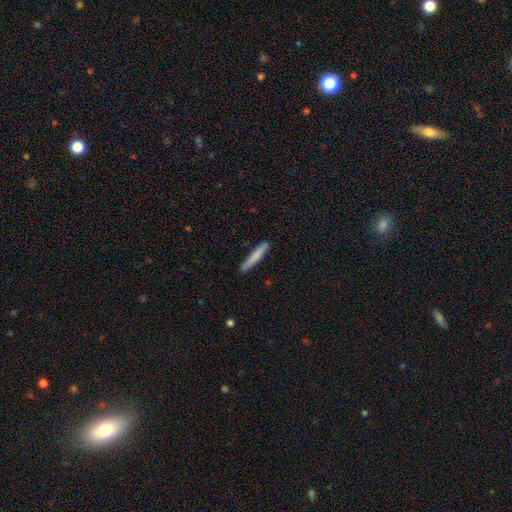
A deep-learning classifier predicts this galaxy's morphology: type=smooth (73%); roundness=cigar-shaped (95%); merging=none (83%).